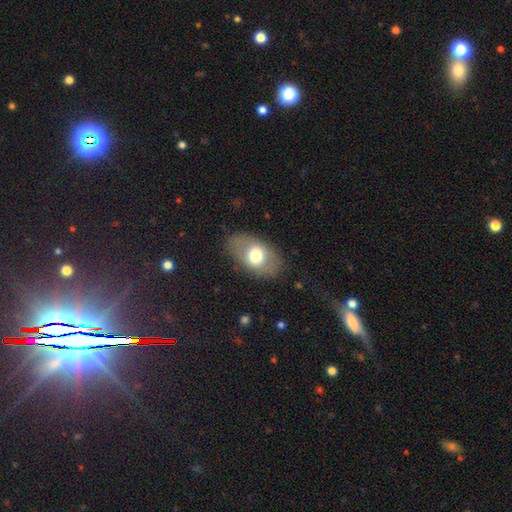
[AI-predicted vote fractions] Smooth or featured: smooth — 64% (featured or disk — 29%)
How rounded: in between — 88% (round — 11%)
Merging: none — 80% (minor disturbance — 13%)